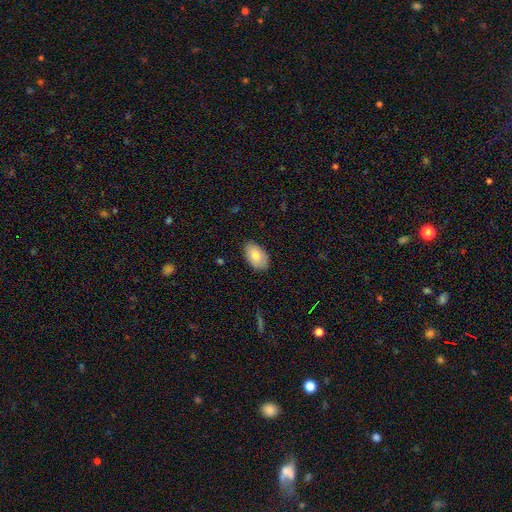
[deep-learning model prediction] This appears to be a smooth galaxy with no disk features (80%) that is in between round and cigar-shaped (93%). Merging: none (85%).